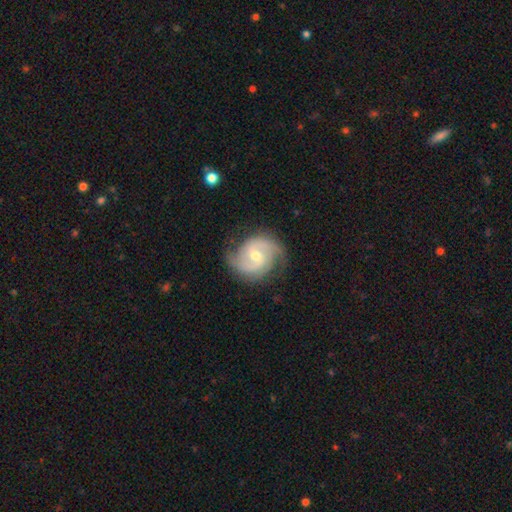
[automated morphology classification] This appears to be a featured or disk galaxy (87%) with no bar (48%), 2 (81%) medium (50%) spiral arms (97%) and a moderate central bulge (56%). Merging: none (76%).